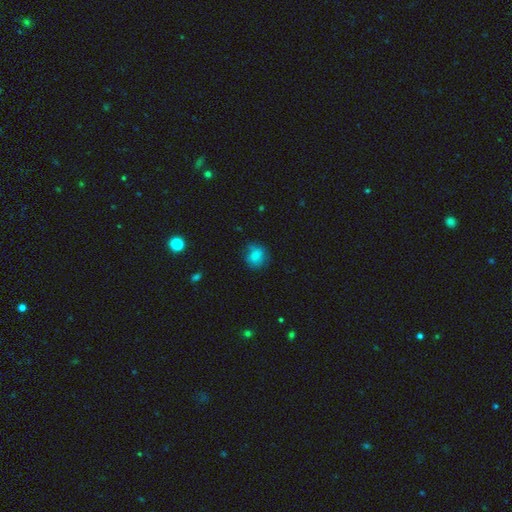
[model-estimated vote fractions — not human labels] Smooth or featured? Predicted: smooth (p=0.80). How rounded? Predicted: round (p=0.79). Merging? Predicted: none (p=0.69).